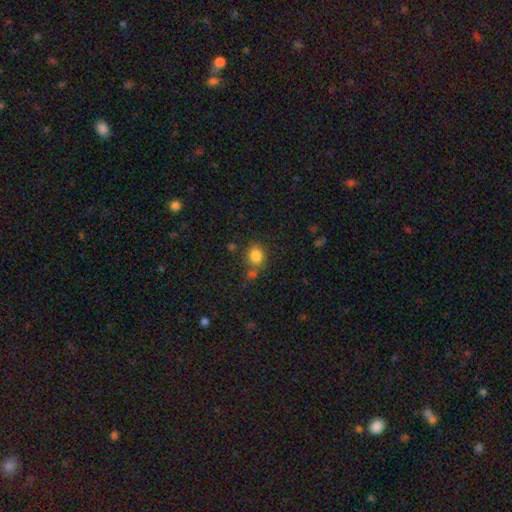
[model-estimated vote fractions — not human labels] Overall: smooth (82%). How rounded: round (66%; in between 33%). Merging: none (63%).